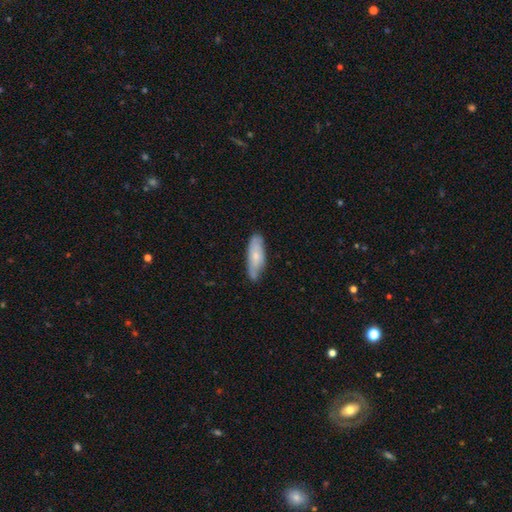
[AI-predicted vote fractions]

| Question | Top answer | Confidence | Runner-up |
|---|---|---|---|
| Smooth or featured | smooth | 57% | featured or disk (37%) |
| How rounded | in between | 61% | cigar-shaped (38%) |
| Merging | none | 73% | minor disturbance (22%) |